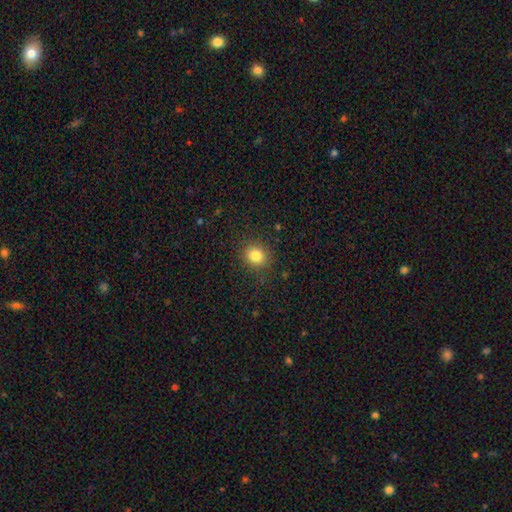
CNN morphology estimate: smooth-or-featured: smooth: 83% | star or artifact: 11% | featured or disk: 6%
  how-rounded: round: 78% | in between: 21% | cigar-shaped: 1%
  merging: none: 86% | minor disturbance: 10% | major disturbance: 4% | merger: 1%